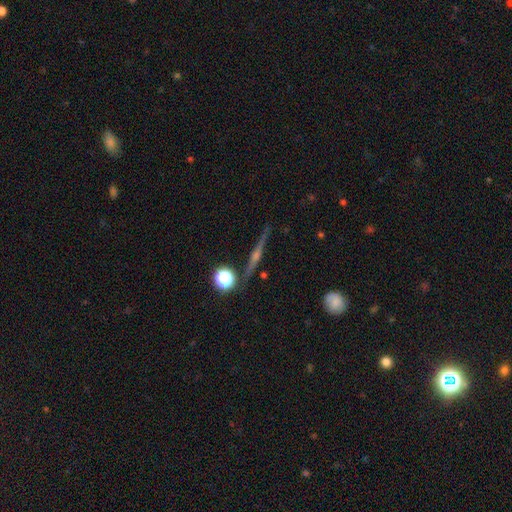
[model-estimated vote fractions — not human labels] The model was most divided on "smooth or featured": featured or disk: 53%, star or artifact: 26%, smooth: 21%. More confident: edge-on disk — yes (89%); merging — none (79%).